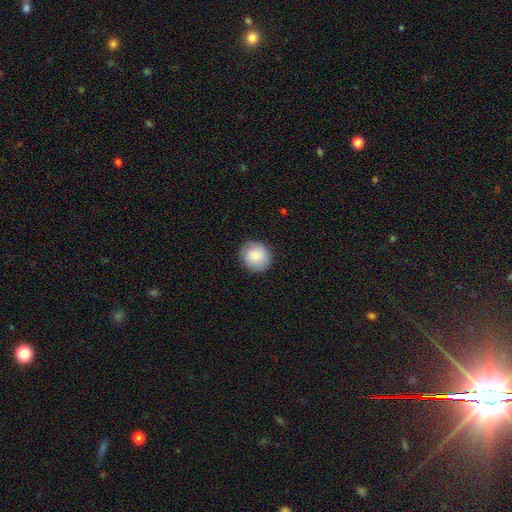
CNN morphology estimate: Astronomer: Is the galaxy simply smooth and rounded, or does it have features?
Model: smooth — 85%.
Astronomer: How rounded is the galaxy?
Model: round — 85%.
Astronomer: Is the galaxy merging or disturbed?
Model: none — 88%.